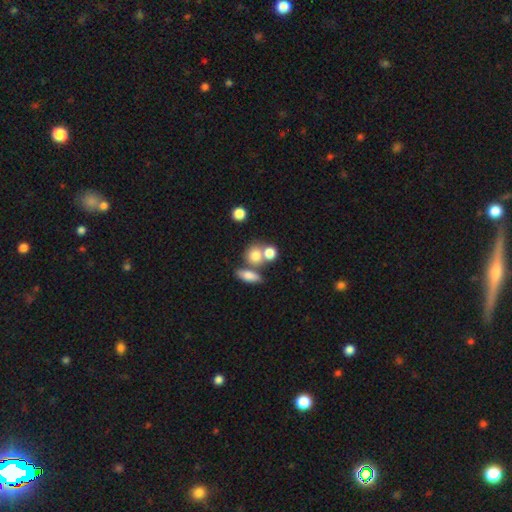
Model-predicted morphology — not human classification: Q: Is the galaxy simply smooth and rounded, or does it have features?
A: smooth — 76%.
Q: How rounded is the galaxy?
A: round — 69%.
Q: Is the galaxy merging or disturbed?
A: none — 46%.